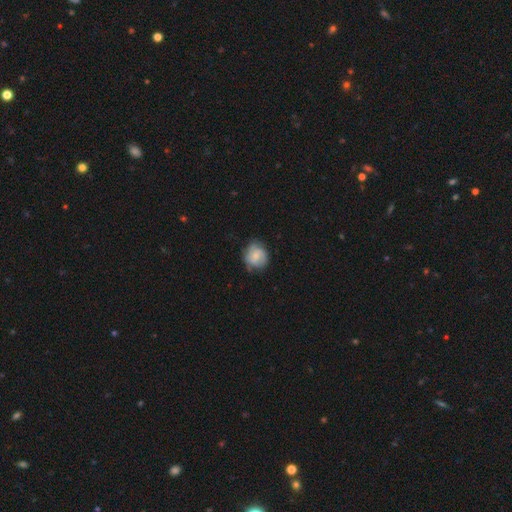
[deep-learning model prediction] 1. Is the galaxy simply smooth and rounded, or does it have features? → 50% smooth, 43% featured or disk, 7% star or artifact.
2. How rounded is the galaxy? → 81% round, 18% in between, 1% cigar-shaped.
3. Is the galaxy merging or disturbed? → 71% none, 22% minor disturbance, 6% major disturbance, 1% merger.